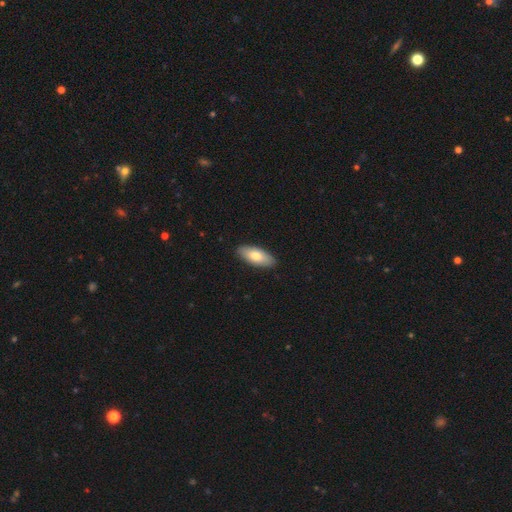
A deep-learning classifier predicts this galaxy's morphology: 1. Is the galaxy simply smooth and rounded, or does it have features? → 77% smooth, 17% featured or disk, 6% star or artifact.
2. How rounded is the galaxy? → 85% in between, 13% cigar-shaped, 2% round.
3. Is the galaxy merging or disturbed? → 89% none, 8% minor disturbance, 2% major disturbance, 1% merger.